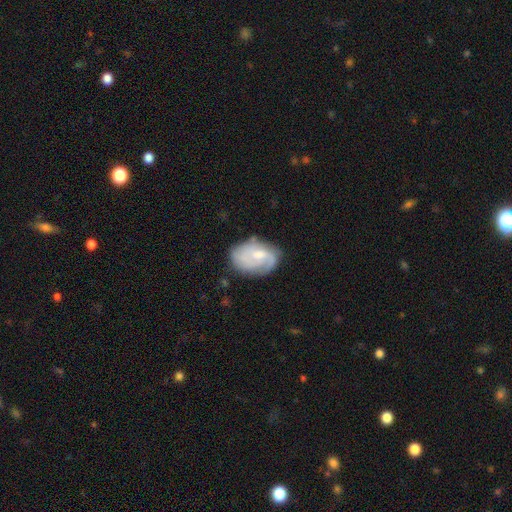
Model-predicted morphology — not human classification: This appears to be a featured or disk galaxy (62%) with no bar (56%), 2 (34%) medium (40%) spiral arms (84%) and a moderate central bulge (43%). Merging: none (60%).